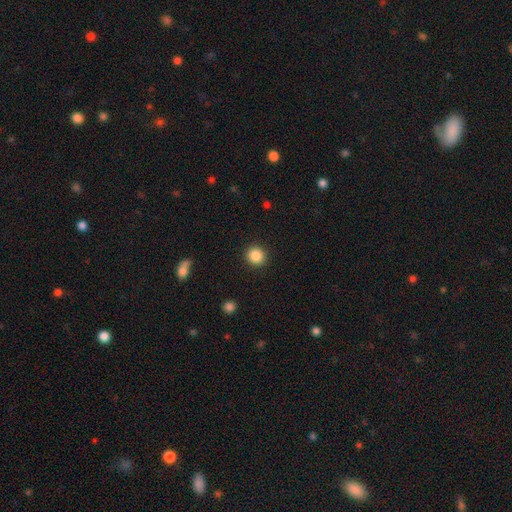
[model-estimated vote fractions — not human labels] Smooth or featured? smooth (87%)
How rounded? round (91%)
Merging? none (92%)